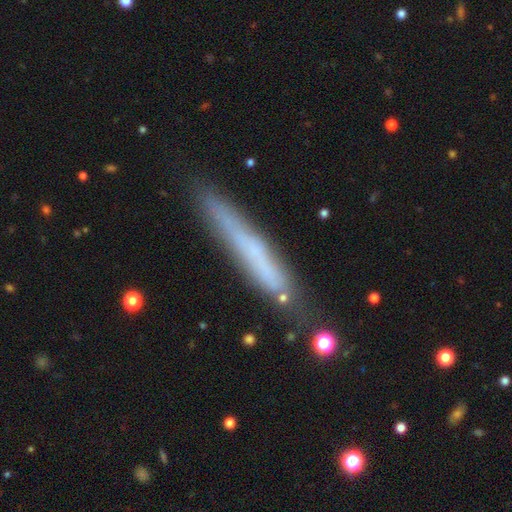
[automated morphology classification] Smooth or featured? smooth (50%)
Merging? none (77%)